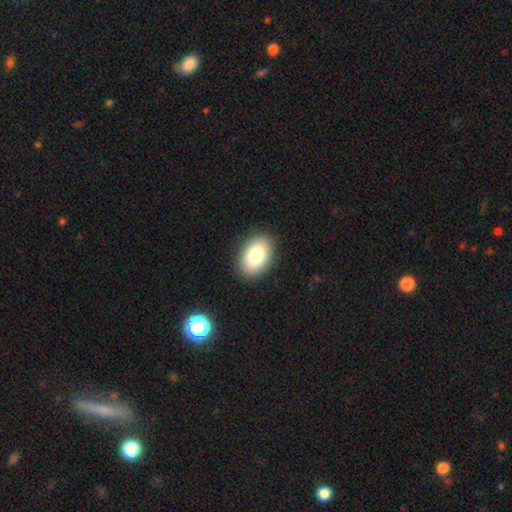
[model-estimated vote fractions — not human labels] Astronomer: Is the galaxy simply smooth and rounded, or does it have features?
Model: smooth — 83%.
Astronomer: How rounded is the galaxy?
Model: in between — 88%.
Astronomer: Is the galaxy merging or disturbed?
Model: none — 89%.